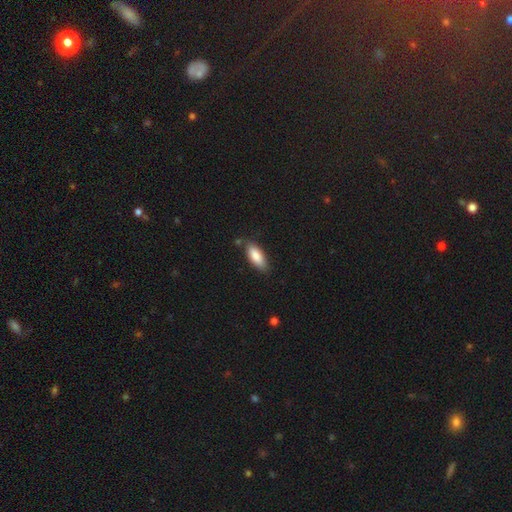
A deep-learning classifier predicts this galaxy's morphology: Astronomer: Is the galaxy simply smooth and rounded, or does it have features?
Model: smooth — 85%.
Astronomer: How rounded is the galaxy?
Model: in between — 76%.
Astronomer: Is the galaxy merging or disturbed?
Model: none — 81%.